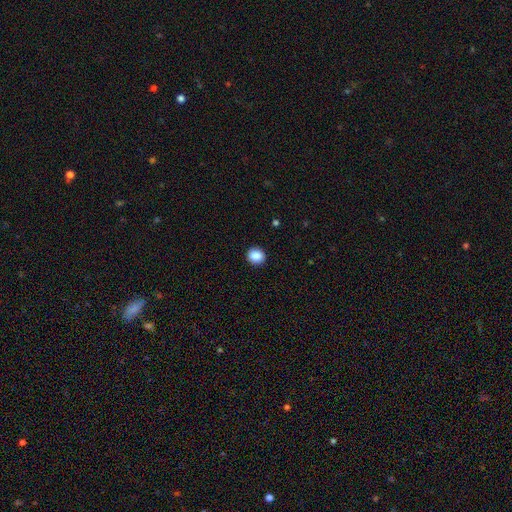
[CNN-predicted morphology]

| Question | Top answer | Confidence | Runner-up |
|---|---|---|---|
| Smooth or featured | smooth | 88% | star or artifact (9%) |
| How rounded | round | 81% | in between (18%) |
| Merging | none | 91% | minor disturbance (6%) |